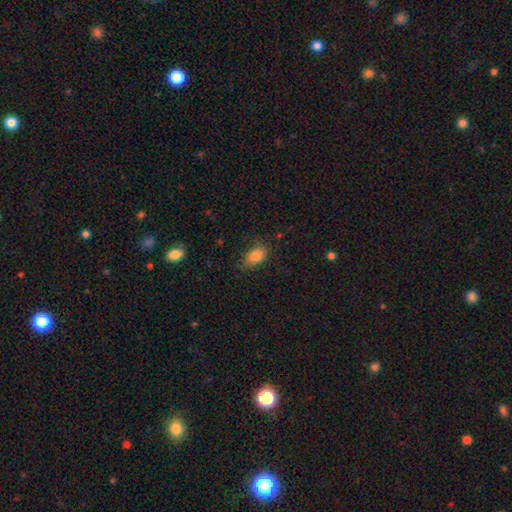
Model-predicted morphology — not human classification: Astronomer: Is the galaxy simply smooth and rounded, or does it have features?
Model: smooth — 84%.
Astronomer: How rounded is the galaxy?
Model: in between — 84%.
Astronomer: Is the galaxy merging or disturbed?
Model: none — 69%.